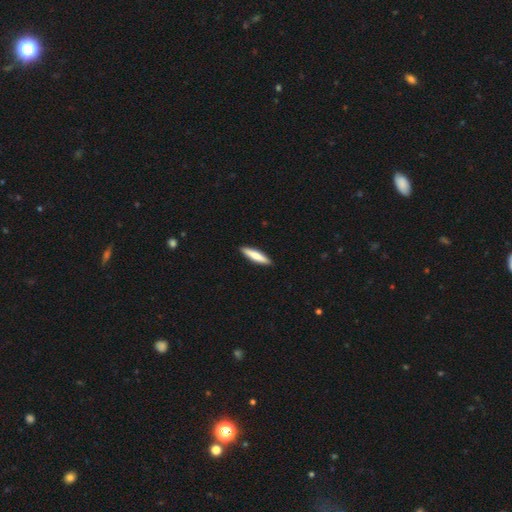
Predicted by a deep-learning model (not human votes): Smooth or featured?
  - smooth: 75% *
  - featured or disk: 20%
  - star or artifact: 5%
How rounded?
  - cigar-shaped: 82% *
  - in between: 16%
  - round: 1%
Merging?
  - none: 91% *
  - minor disturbance: 6%
  - major disturbance: 1%
  - merger: 1%